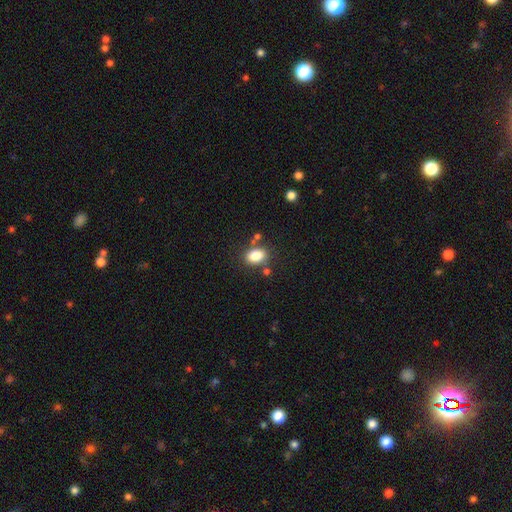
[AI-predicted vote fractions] This is clearly a smooth galaxy (83%). How rounded: likely in between (79%). Merging: likely none (72%).